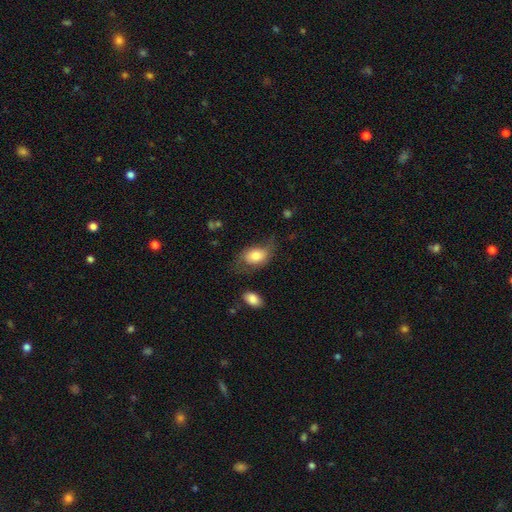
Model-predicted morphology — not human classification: A smooth galaxy with no disk features (69%) that is in between round and cigar-shaped (85%).

Vote fractions:
- Smooth or featured? smooth: 69% / featured or disk: 24% / star or artifact: 7%
- How rounded? in between: 85% / round: 13% / cigar-shaped: 2%
- Merging? none: 47% / minor disturbance: 29% / major disturbance: 20% / merger: 3%